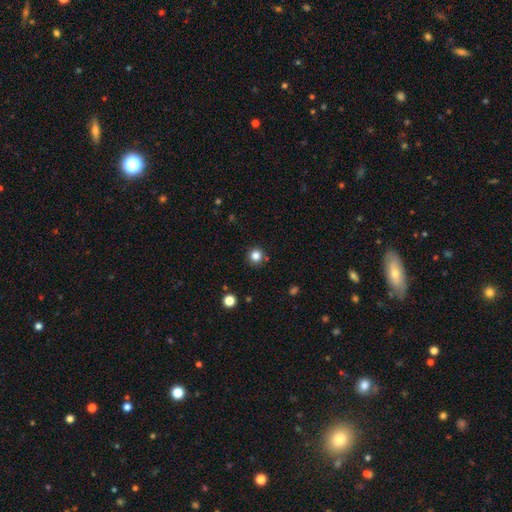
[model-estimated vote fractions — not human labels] Smooth or featured?
  - smooth: 83% *
  - star or artifact: 13%
  - featured or disk: 4%
How rounded?
  - round: 95% *
  - in between: 4%
  - cigar-shaped: 1%
Merging?
  - none: 90% *
  - minor disturbance: 6%
  - major disturbance: 2%
  - merger: 2%